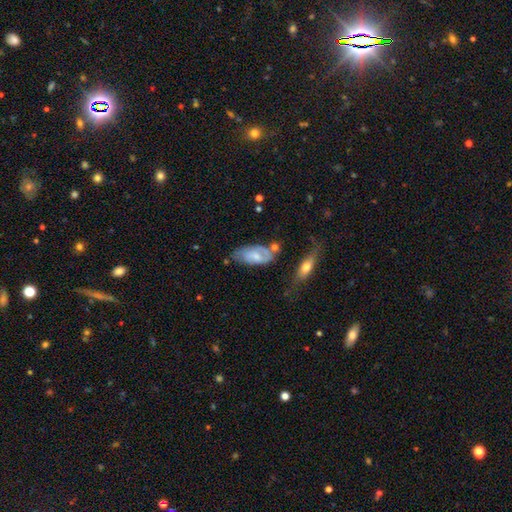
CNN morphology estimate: Q: Smooth or featured?
A: featured or disk (51%); runner-up: smooth (42%)
Q: Edge-on disk?
A: no (90%); runner-up: yes (10%)
Q: Merging?
A: none (44%); runner-up: minor disturbance (29%)